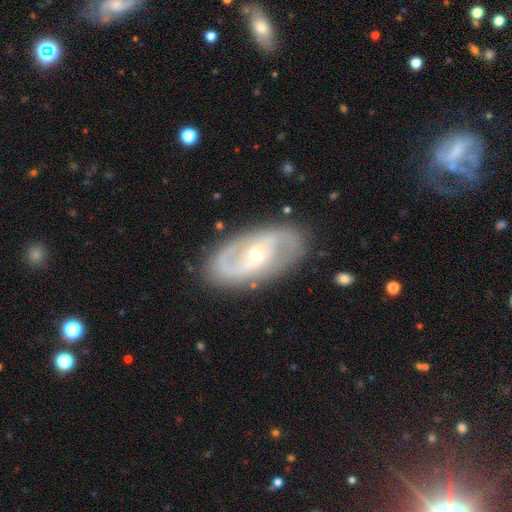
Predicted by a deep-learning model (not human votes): This is clearly a featured or disk galaxy (85%). It is clearly not viewed edge-on (95%). Bar: marginally no (41%). Spiral arm pattern: clearly yes (91%). Spiral arm count: clearly 2 (86%). Spiral winding: possibly medium (49%). Central bulge: likely small (67%). Merging: clearly none (83%).